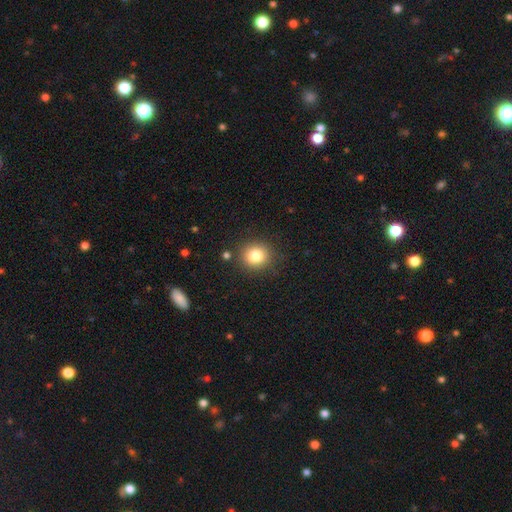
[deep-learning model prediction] The model was most divided on "smooth or featured": smooth: 82%, star or artifact: 12%, featured or disk: 7%. More confident: merging — none (86%); how rounded — round (86%).